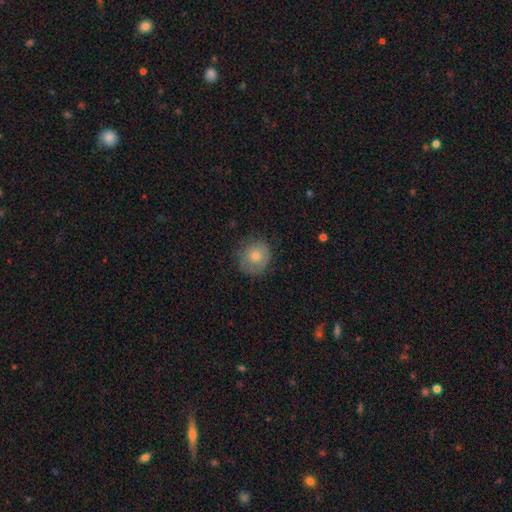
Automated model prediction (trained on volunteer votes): Smooth or featured: smooth — 67% (featured or disk — 22%)
How rounded: round — 87% (in between — 12%)
Merging: none — 79% (minor disturbance — 16%)